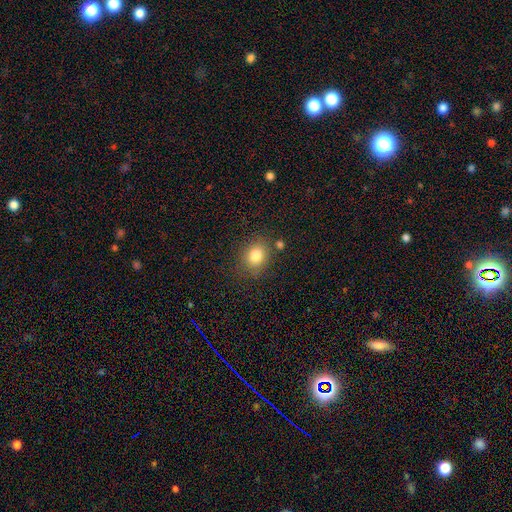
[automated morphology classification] smooth_or_featured: smooth (p=0.82) [alt: star or artifact p=0.11]
how_rounded: round (p=0.61) [alt: in between p=0.38]
merging: none (p=0.78) [alt: minor disturbance p=0.12]